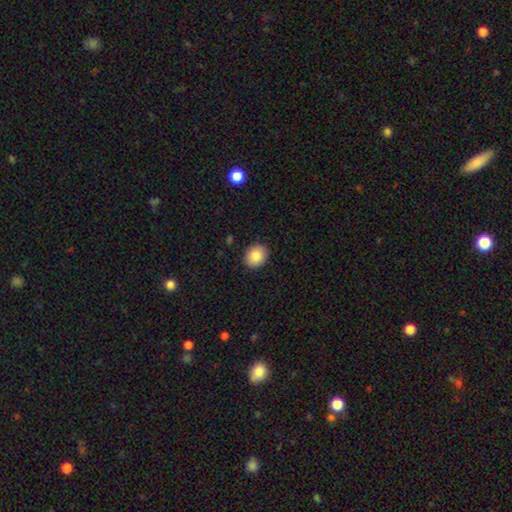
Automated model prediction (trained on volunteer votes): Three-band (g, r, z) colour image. It shows a smooth galaxy with no disk features (85%) that is round (64%). Merging: none (91%).